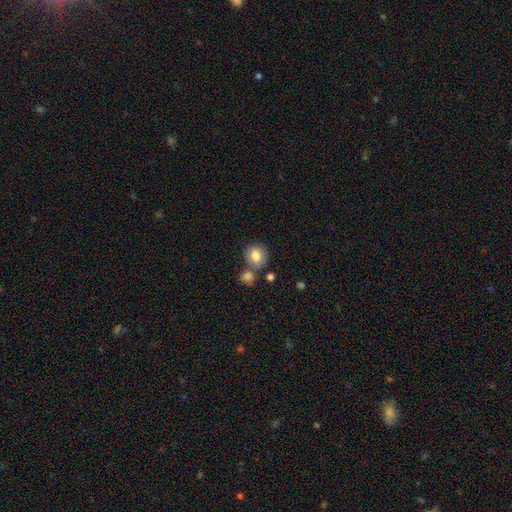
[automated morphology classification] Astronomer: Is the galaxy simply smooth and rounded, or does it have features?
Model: smooth — 82%.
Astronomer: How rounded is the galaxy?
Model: round — 76%.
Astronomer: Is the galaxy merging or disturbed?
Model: none — 62%.